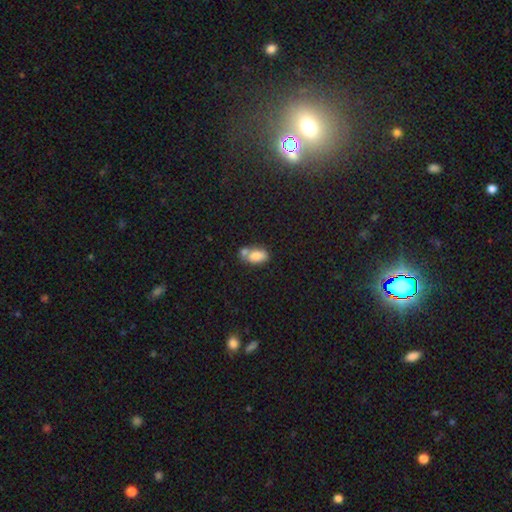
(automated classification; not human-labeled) smooth-or-featured: smooth: 81% | featured or disk: 11% | star or artifact: 9%
  how-rounded: in between: 89% | round: 8% | cigar-shaped: 3%
  merging: merger: 44% | none: 36% | minor disturbance: 14% | major disturbance: 5%